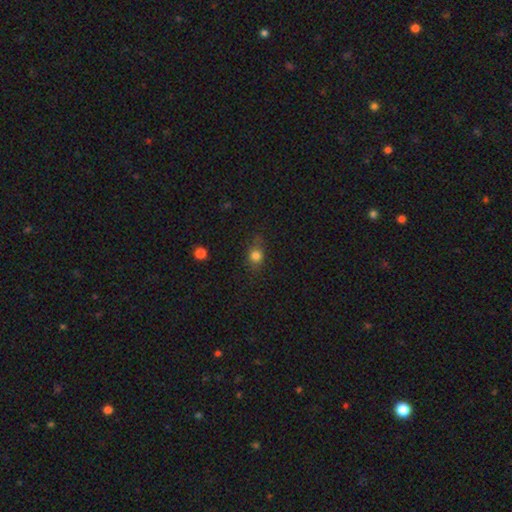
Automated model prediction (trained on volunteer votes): Smooth or featured? Predicted: smooth (p=0.77). How rounded? Predicted: round (p=0.54). Merging? Predicted: none (p=0.72).